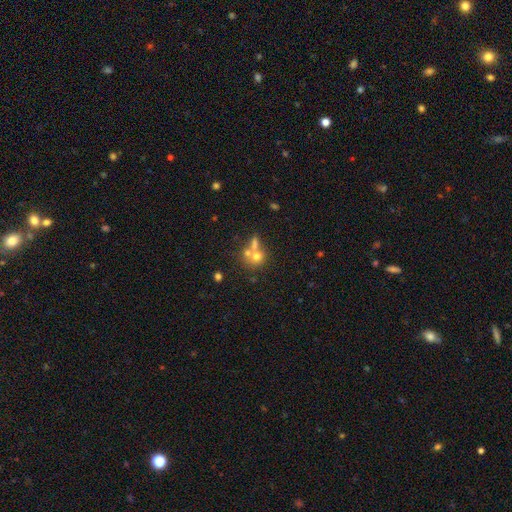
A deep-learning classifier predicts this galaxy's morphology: Smooth or featured? smooth (62%)
How rounded? round (78%)
Merging? merger (47%)